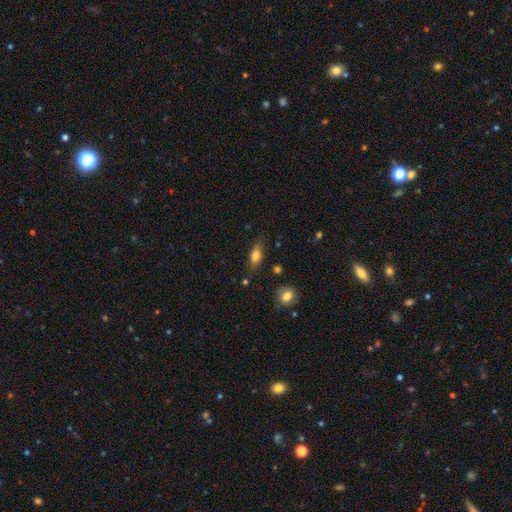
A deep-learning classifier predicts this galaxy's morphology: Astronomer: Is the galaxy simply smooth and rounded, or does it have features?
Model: smooth — 69%.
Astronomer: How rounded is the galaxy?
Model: in between — 71%.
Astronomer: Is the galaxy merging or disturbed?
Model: none — 78%.